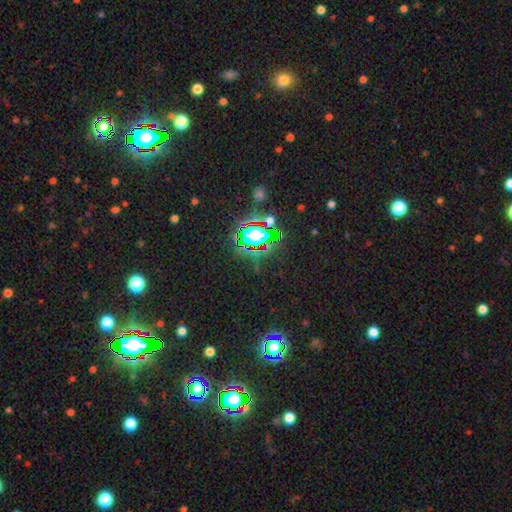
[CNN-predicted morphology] Smooth or featured? Predicted: star or artifact (p=0.80).